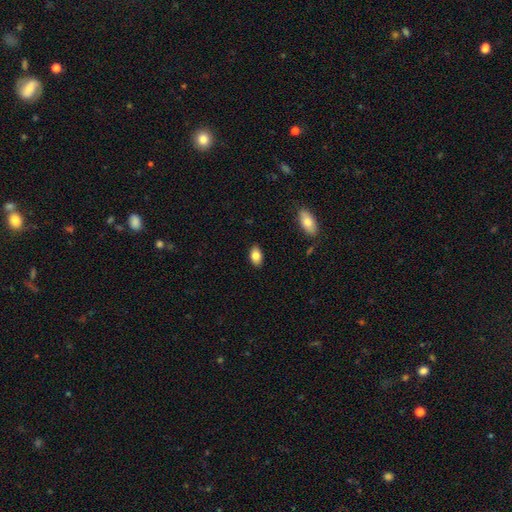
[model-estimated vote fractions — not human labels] Smooth or featured?
  - smooth: 83% *
  - featured or disk: 9%
  - star or artifact: 8%
How rounded?
  - in between: 91% *
  - round: 7%
  - cigar-shaped: 2%
Merging?
  - none: 88% *
  - minor disturbance: 9%
  - major disturbance: 2%
  - merger: 1%